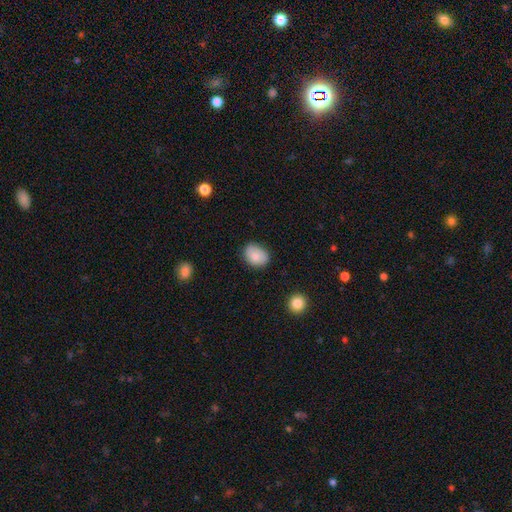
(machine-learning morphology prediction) A smooth galaxy with no disk features (82%) that is in between round and cigar-shaped (61%).

Vote fractions:
- Smooth or featured? smooth: 82% / featured or disk: 11% / star or artifact: 8%
- How rounded? in between: 61% / round: 38% / cigar-shaped: 1%
- Merging? none: 76% / minor disturbance: 19% / major disturbance: 3% / merger: 1%